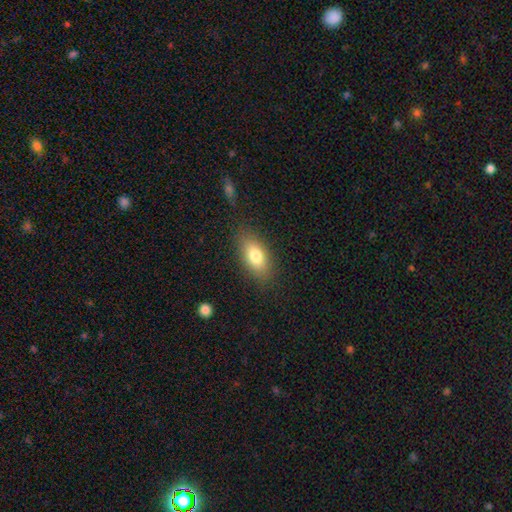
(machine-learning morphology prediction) Smooth or featured?
  - smooth: 78% *
  - featured or disk: 14%
  - star or artifact: 8%
How rounded?
  - in between: 86% *
  - cigar-shaped: 7%
  - round: 7%
Merging?
  - none: 83% *
  - minor disturbance: 12%
  - major disturbance: 4%
  - merger: 1%